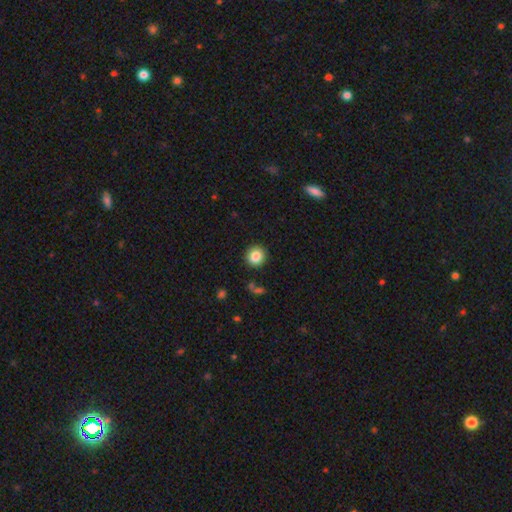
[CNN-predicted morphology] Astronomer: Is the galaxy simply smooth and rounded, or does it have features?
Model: smooth — 85%.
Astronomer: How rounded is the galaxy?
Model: round — 92%.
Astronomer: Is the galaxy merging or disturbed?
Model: none — 90%.